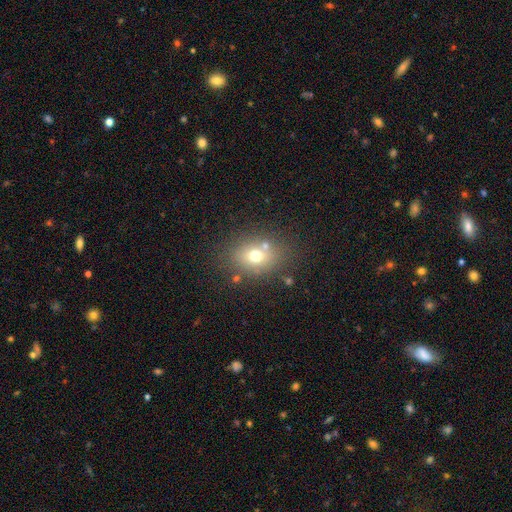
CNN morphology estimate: smooth-or-featured: smooth: 66% | featured or disk: 18% | star or artifact: 16%
  how-rounded: in between: 56% | round: 43% | cigar-shaped: 1%
  merging: none: 71% | minor disturbance: 13% | merger: 10% | major disturbance: 5%